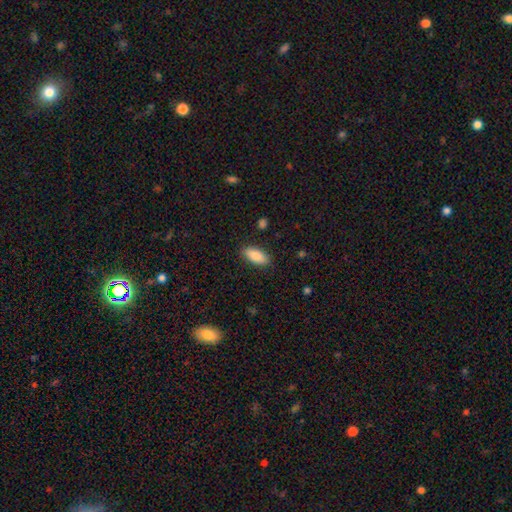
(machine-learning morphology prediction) Smooth or featured? Predicted: smooth (p=0.83). How rounded? Predicted: in between (p=0.88). Merging? Predicted: none (p=0.87).